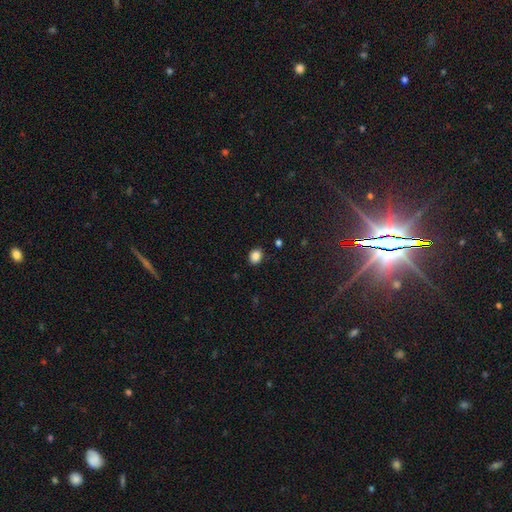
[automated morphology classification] Overall: smooth (85%). How rounded: round (58%; in between 41%). Merging: none (88%).